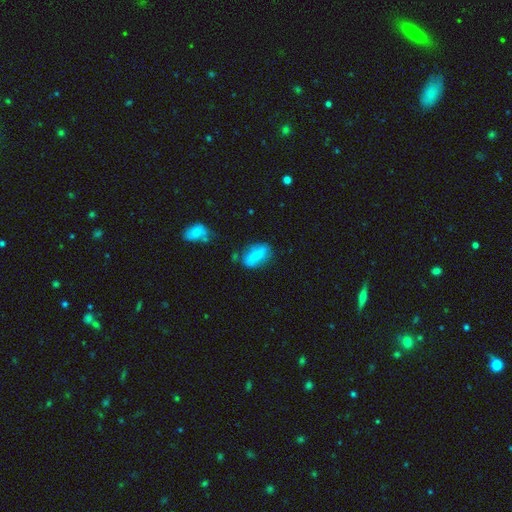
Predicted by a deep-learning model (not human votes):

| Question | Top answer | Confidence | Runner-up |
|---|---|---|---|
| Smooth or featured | smooth | 74% | featured or disk (18%) |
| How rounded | in between | 79% | cigar-shaped (17%) |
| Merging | none | 64% | minor disturbance (23%) |